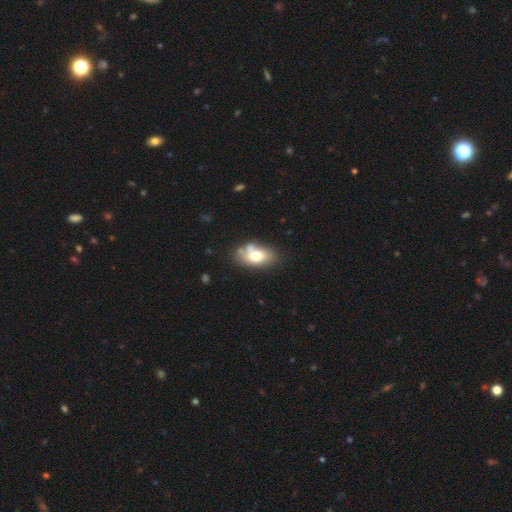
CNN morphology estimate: Smooth or featured? Predicted: smooth (p=0.69). How rounded? Predicted: in between (p=0.87). Merging? Predicted: none (p=0.52).